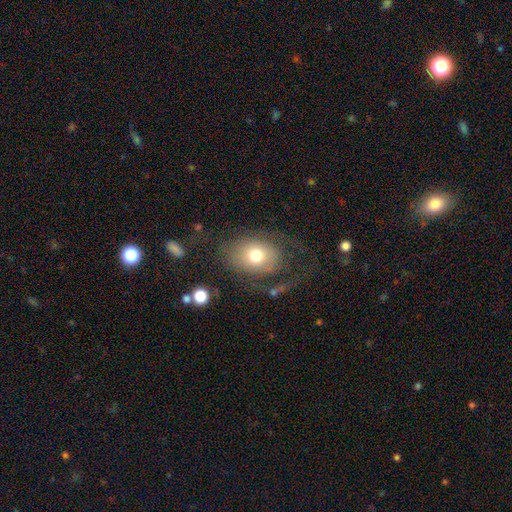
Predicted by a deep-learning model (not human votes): A smooth galaxy with no disk features (64%) that is in between round and cigar-shaped (66%). Merging: none (50%).